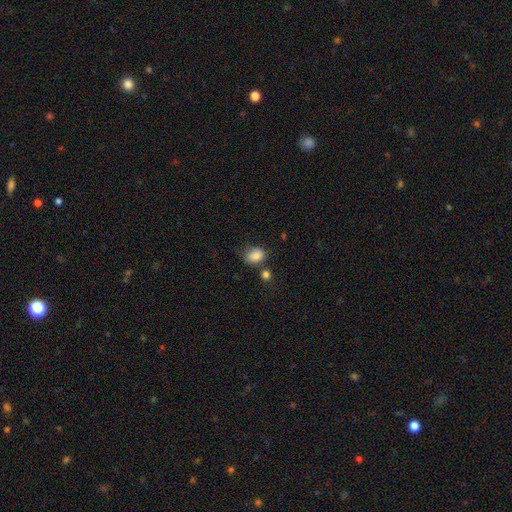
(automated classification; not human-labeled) Smooth or featured? Predicted: smooth (p=0.85). How rounded? Predicted: in between (p=0.67). Merging? Predicted: none (p=0.58).